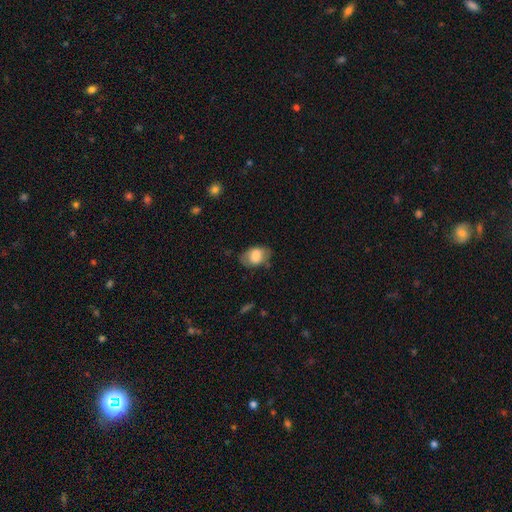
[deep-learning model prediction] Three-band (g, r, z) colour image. It shows a smooth galaxy with no disk features (72%) that is in between round and cigar-shaped (83%). Merging: none (68%).